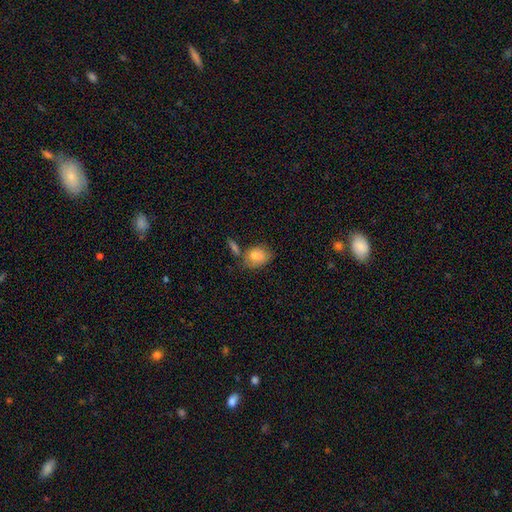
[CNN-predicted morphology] Smooth or featured? Predicted: smooth (p=0.77). How rounded? Predicted: in between (p=0.68). Merging? Predicted: none (p=0.54).